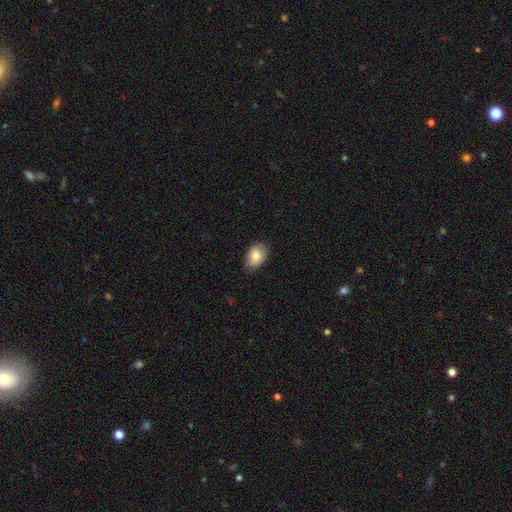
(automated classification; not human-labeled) This appears to be a smooth galaxy with no disk features (82%) that is in between round and cigar-shaped (84%). Merging: none (79%).